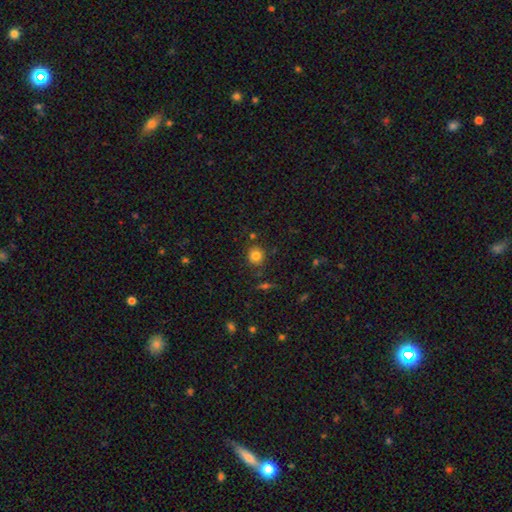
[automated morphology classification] Overall: smooth (80%). How rounded: round (90%). Merging: none (84%).